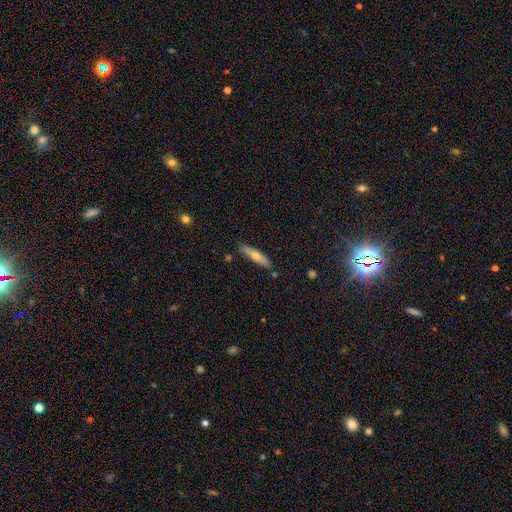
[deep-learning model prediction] This is possibly a smooth galaxy (58%). How rounded: likely cigar-shaped (79%). Merging: clearly none (84%).